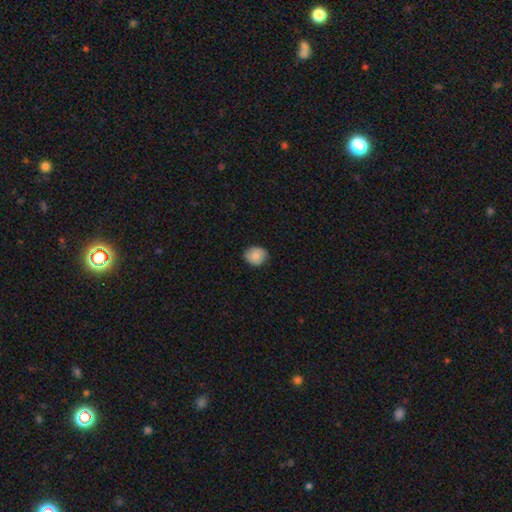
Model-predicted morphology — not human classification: Smooth or featured?
  - smooth: 80% *
  - featured or disk: 12%
  - star or artifact: 8%
How rounded?
  - round: 73% *
  - in between: 27%
  - cigar-shaped: 1%
Merging?
  - none: 82% *
  - minor disturbance: 14%
  - major disturbance: 2%
  - merger: 1%